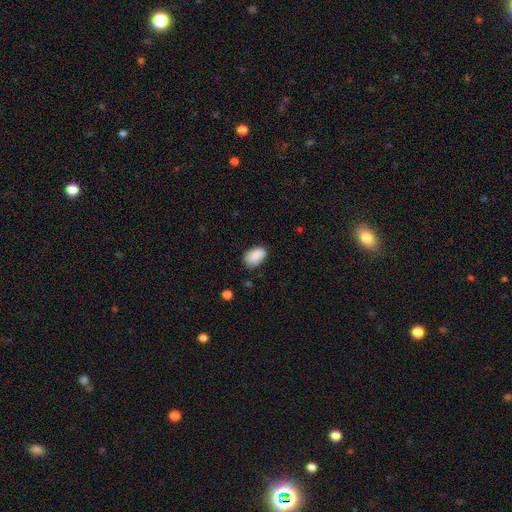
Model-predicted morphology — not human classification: The model was most divided on "merging": none: 72%, minor disturbance: 22%, major disturbance: 4%, merger: 2%. More confident: how rounded — in between (87%); smooth or featured — smooth (86%).